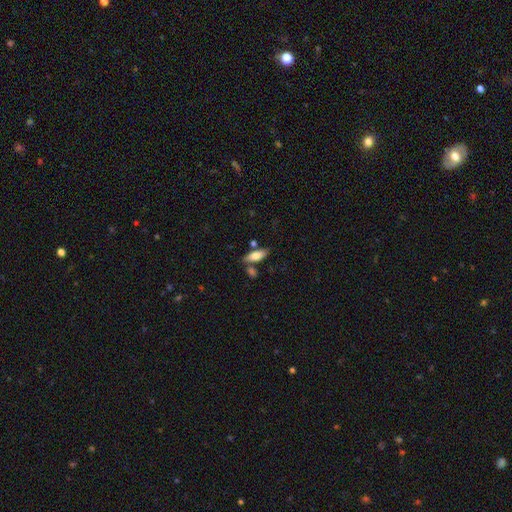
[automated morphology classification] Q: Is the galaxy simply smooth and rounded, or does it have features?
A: smooth — 76%.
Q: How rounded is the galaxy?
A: in between — 70%.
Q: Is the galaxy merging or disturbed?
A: none — 69%.